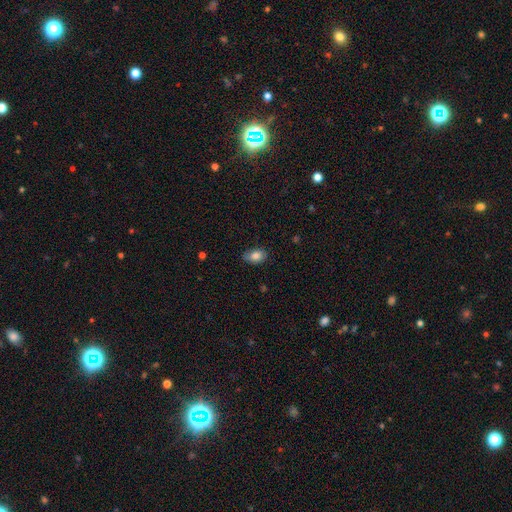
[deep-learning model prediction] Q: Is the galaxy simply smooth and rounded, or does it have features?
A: smooth — 83%.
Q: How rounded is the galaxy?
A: in between — 86%.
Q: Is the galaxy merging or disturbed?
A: none — 76%.